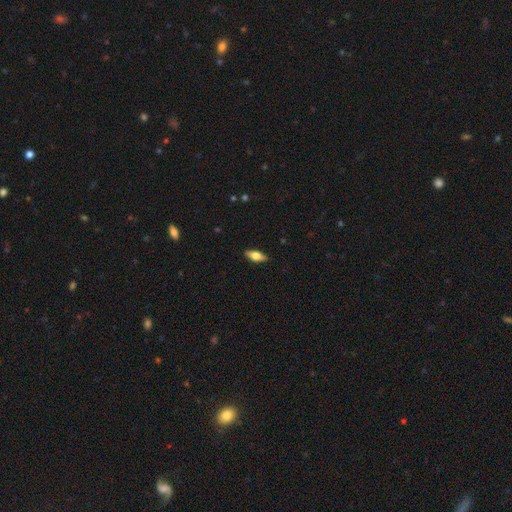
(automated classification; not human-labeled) Smooth or featured? Predicted: smooth (p=0.59). How rounded? Predicted: in between (p=0.74). Merging? Predicted: none (p=0.89).